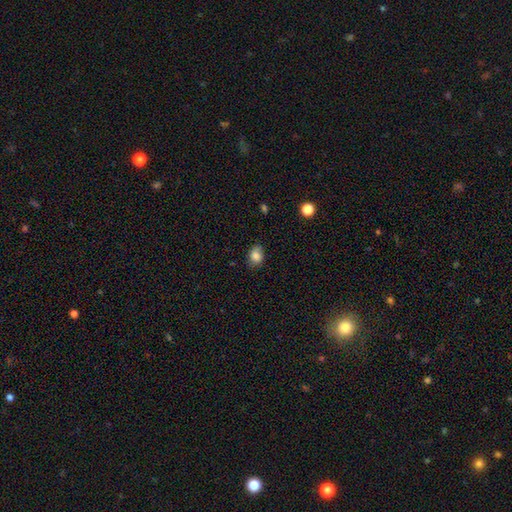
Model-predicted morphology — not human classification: Smooth or featured? Predicted: smooth (p=0.84). How rounded? Predicted: in between (p=0.63). Merging? Predicted: none (p=0.74).